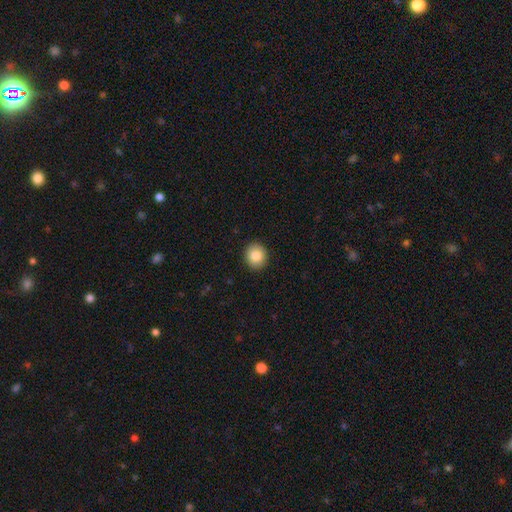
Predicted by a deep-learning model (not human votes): Smooth or featured: smooth — 85% (star or artifact — 8%)
How rounded: round — 81% (in between — 18%)
Merging: none — 92% (minor disturbance — 6%)